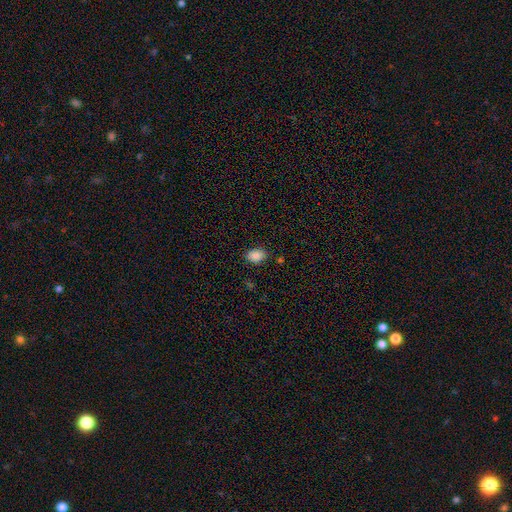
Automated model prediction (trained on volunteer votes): This is clearly a smooth galaxy (88%). How rounded: likely in between (79%). Merging: clearly none (84%).